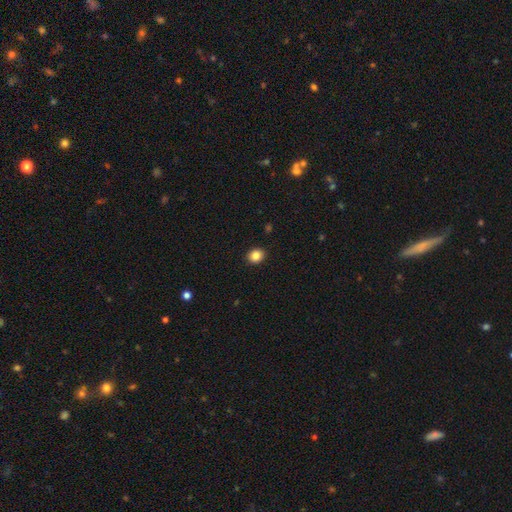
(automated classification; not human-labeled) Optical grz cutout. It shows a smooth galaxy with no disk features (86%) that is round (64%). Merging: none (91%).